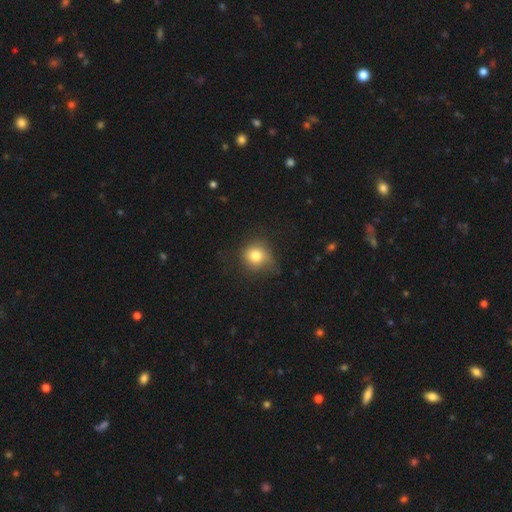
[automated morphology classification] The model was most divided on "merging": none: 65%, minor disturbance: 25%, major disturbance: 8%, merger: 2%. More confident: how rounded — round (86%); smooth or featured — smooth (79%).